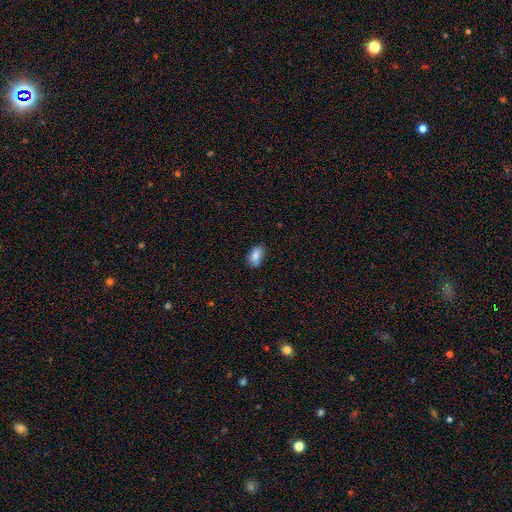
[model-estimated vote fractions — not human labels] Overall: smooth (83%). How rounded: in between (89%). Merging: none (71%).